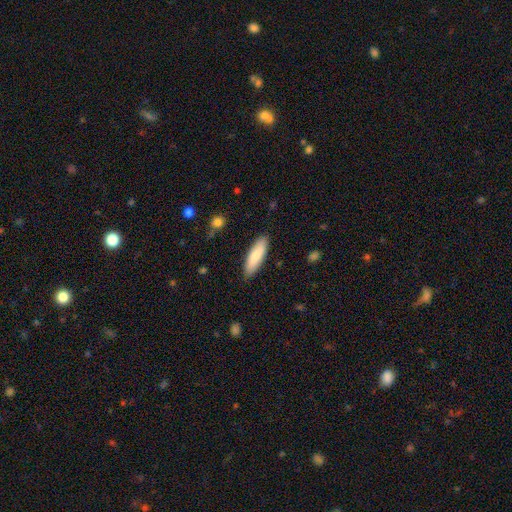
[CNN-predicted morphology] Smooth or featured: smooth — 82% (featured or disk — 13%)
How rounded: cigar-shaped — 56% (in between — 43%)
Merging: none — 87% (minor disturbance — 10%)